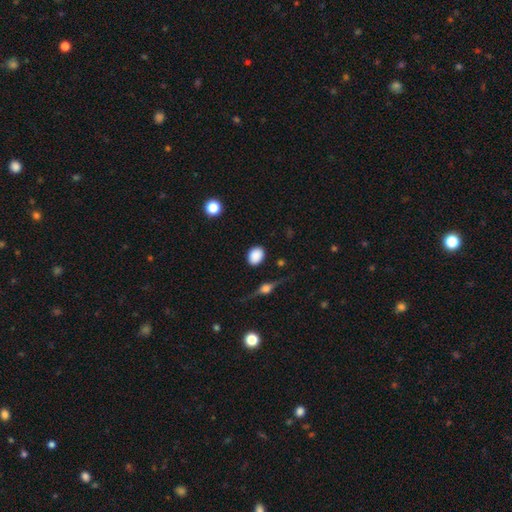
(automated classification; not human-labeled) Smooth or featured: smooth — 86% (star or artifact — 8%)
How rounded: in between — 52% (round — 46%)
Merging: none — 85% (minor disturbance — 10%)